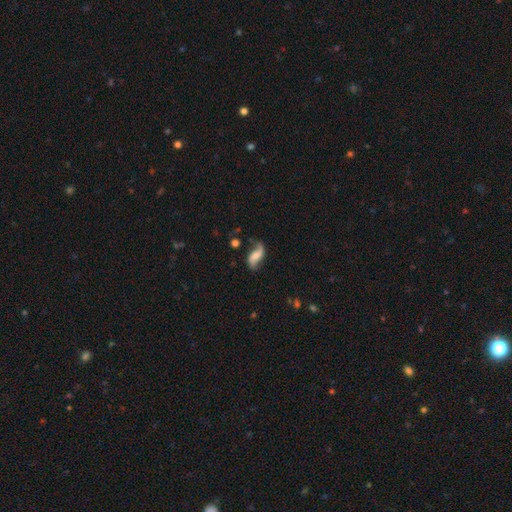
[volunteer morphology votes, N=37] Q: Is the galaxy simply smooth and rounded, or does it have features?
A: featured or disk — 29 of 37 (78%).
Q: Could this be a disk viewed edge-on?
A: no — 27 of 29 (93%).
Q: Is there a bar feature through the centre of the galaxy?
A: weak — 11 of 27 (41%, tied with no).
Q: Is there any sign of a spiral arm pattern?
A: yes — 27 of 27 (100%).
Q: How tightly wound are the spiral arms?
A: loose — 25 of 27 (93%).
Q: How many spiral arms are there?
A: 2 — 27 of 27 (100%).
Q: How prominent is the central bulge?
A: small — 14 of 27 (52%).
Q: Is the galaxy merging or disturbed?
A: none — 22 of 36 (61%).